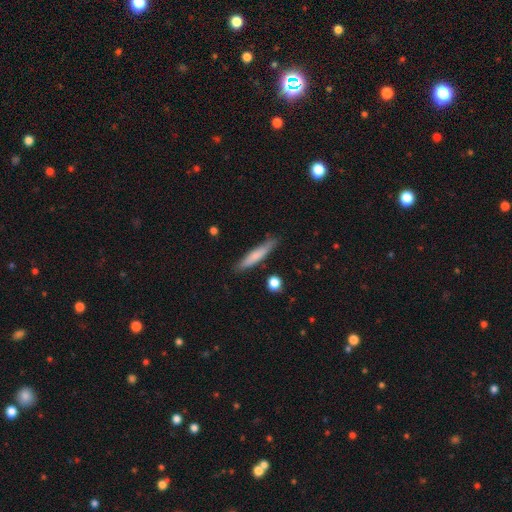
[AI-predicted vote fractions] A smooth galaxy with no disk features (71%) that is cigar-shaped (91%).

Vote fractions:
- Smooth or featured? smooth: 71% / featured or disk: 23% / star or artifact: 6%
- How rounded? cigar-shaped: 91% / in between: 8% / round: 1%
- Merging? none: 84% / minor disturbance: 11% / merger: 2% / major disturbance: 2%